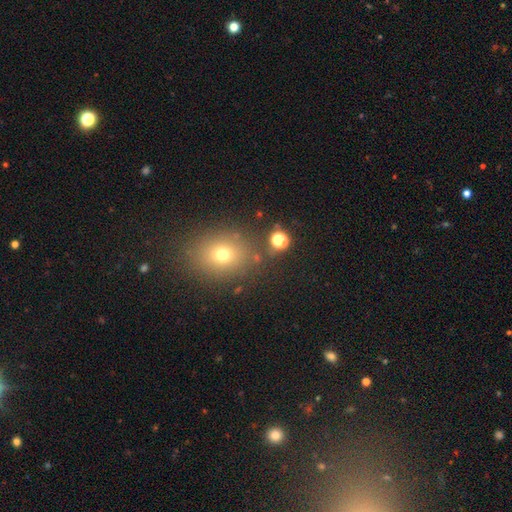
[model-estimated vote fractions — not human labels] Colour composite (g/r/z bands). It shows a smooth galaxy with no disk features (63%) that is round (51%). Merging: none (80%).